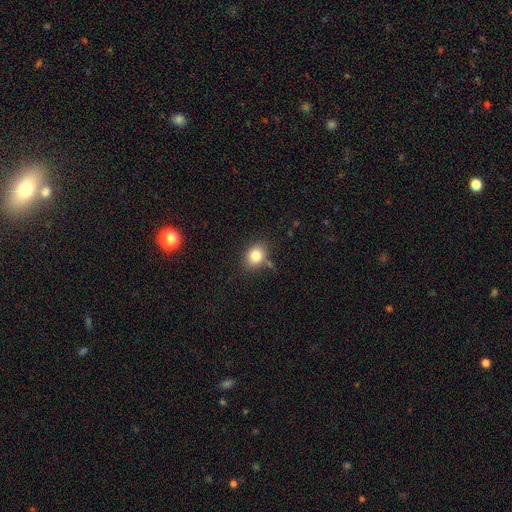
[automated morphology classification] smooth_or_featured: smooth (p=0.81) [alt: star or artifact p=0.11]
how_rounded: in between (p=0.50) [alt: round p=0.49]
merging: none (p=0.74) [alt: minor disturbance p=0.16]